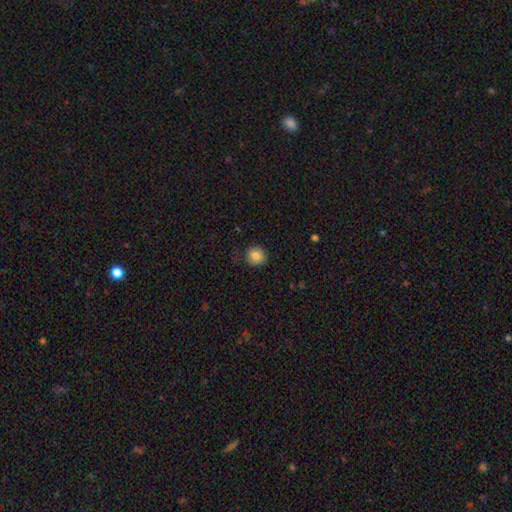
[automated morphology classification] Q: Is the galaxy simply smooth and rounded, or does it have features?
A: smooth — 83%.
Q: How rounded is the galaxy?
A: round — 90%.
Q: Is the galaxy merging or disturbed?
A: none — 85%.